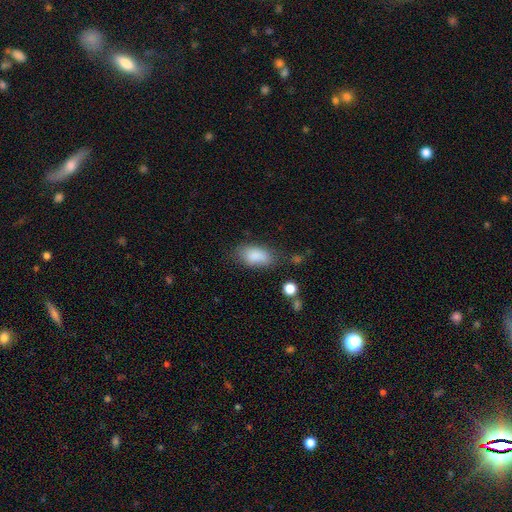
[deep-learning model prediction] Smooth or featured?
  - smooth: 86% *
  - star or artifact: 8%
  - featured or disk: 6%
How rounded?
  - in between: 91% *
  - round: 5%
  - cigar-shaped: 3%
Merging?
  - none: 68% *
  - minor disturbance: 21%
  - major disturbance: 7%
  - merger: 4%